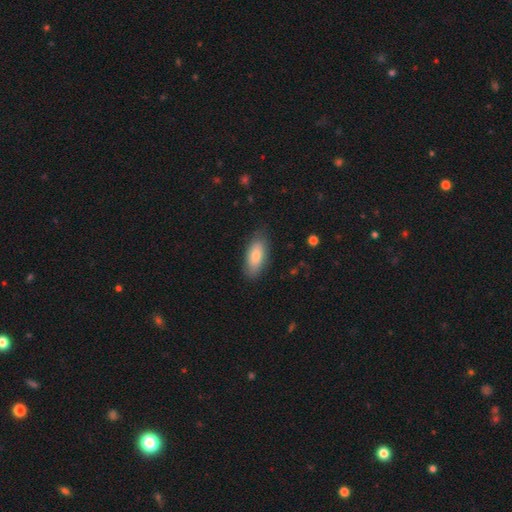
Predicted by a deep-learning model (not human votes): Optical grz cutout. It shows a smooth galaxy with no disk features (82%) that is in between round and cigar-shaped (84%). Merging: none (79%).